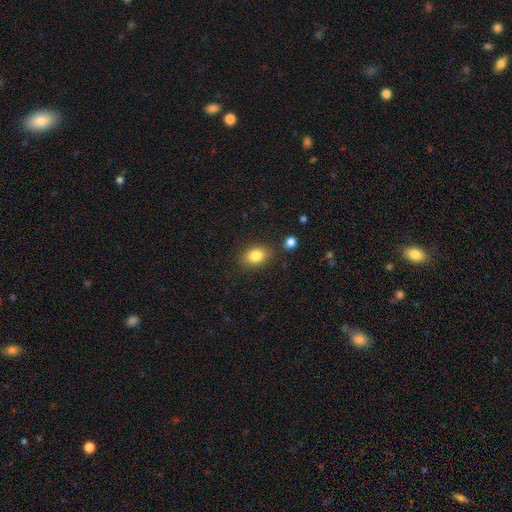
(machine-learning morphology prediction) Smooth or featured? Predicted: smooth (p=0.83). How rounded? Predicted: in between (p=0.77). Merging? Predicted: none (p=0.83).